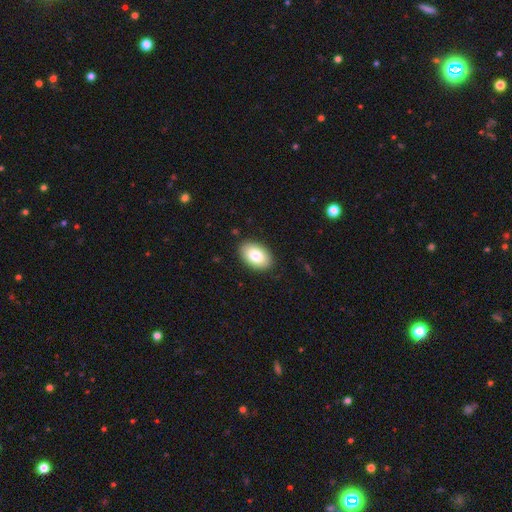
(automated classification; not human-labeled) smooth_or_featured: smooth (p=0.82) [alt: featured or disk p=0.11]
how_rounded: in between (p=0.92) [alt: round p=0.07]
merging: none (p=0.89) [alt: minor disturbance p=0.08]